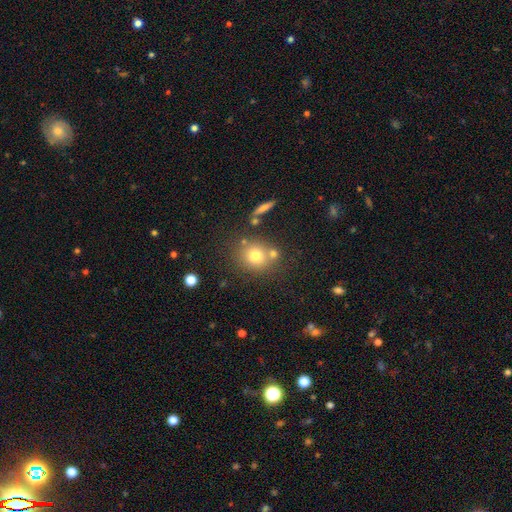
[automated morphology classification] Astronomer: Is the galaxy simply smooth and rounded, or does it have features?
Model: smooth — 73%.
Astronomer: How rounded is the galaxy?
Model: round — 81%.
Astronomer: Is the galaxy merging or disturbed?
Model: none — 65%.